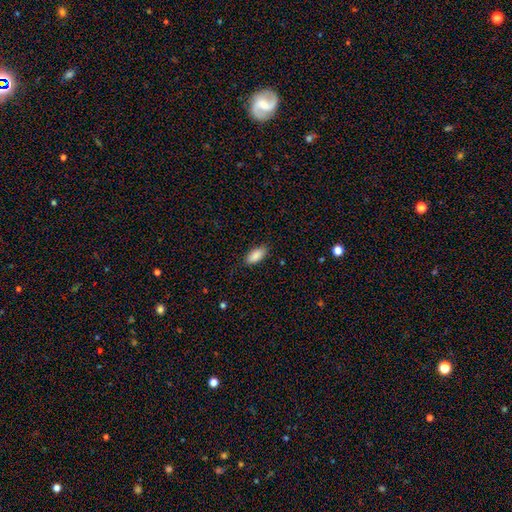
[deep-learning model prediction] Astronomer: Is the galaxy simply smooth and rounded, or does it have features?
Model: smooth — 89%.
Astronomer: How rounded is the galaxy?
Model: in between — 88%.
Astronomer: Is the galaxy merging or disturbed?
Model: none — 84%.